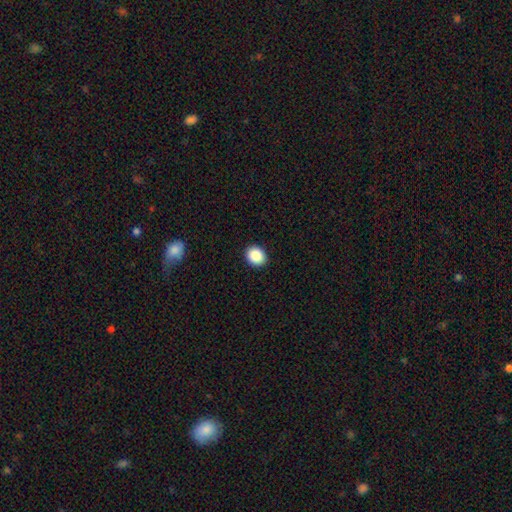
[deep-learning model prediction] The model was most divided on "how rounded": round: 63%, in between: 37%, cigar-shaped: 1%. More confident: merging — none (91%); smooth or featured — smooth (88%).